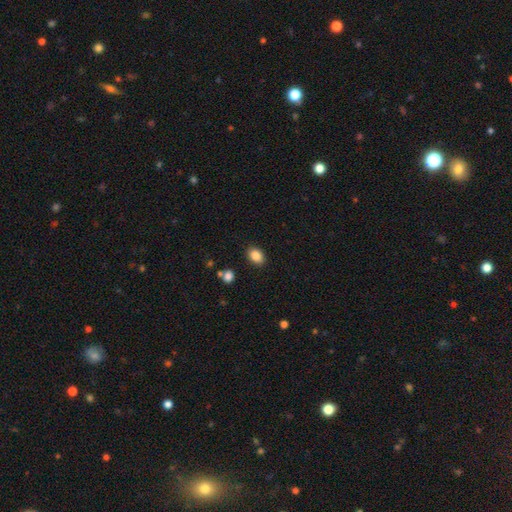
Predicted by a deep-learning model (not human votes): smooth-or-featured: smooth: 87% | star or artifact: 9% | featured or disk: 4%
  how-rounded: in between: 78% | round: 21% | cigar-shaped: 1%
  merging: none: 87% | minor disturbance: 9% | major disturbance: 2% | merger: 2%